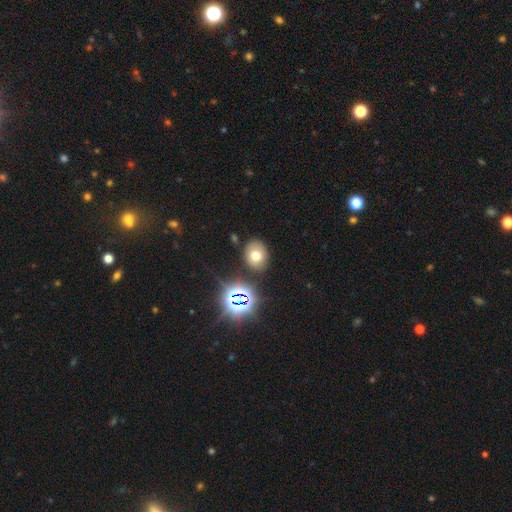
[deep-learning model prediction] smooth 65%, star or artifact 20%, featured or disk 14%. Down the decision tree: how rounded — in between (53%); merging — none (81%).